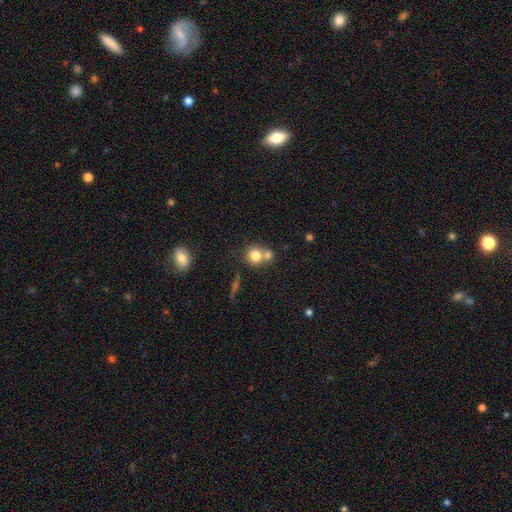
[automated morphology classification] Smooth or featured?
  - smooth: 77% *
  - featured or disk: 13%
  - star or artifact: 10%
How rounded?
  - round: 87% *
  - in between: 12%
  - cigar-shaped: 1%
Merging?
  - none: 46% *
  - merger: 44%
  - minor disturbance: 7%
  - major disturbance: 3%